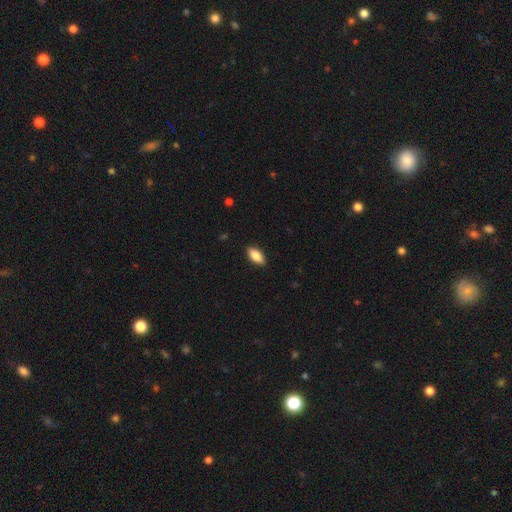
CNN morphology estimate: The model was most divided on "smooth or featured": smooth: 85%, featured or disk: 9%, star or artifact: 7%. More confident: how rounded — in between (91%); merging — none (89%).